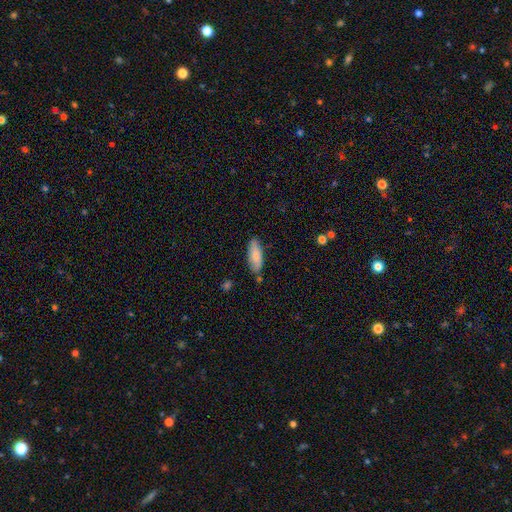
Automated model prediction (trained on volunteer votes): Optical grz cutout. It shows a smooth galaxy with no disk features (83%) that is in between round and cigar-shaped (70%). Merging: none (78%).